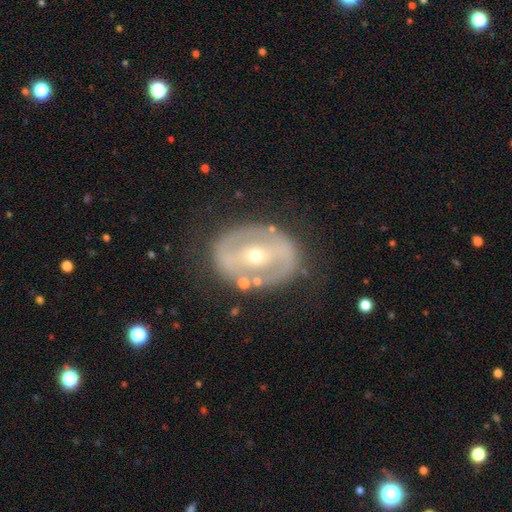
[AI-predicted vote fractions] A featured or disk galaxy (76%) with a strong bar (38%), no spiral arms (54%) and a small central bulge (62%). Merging: none (77%).